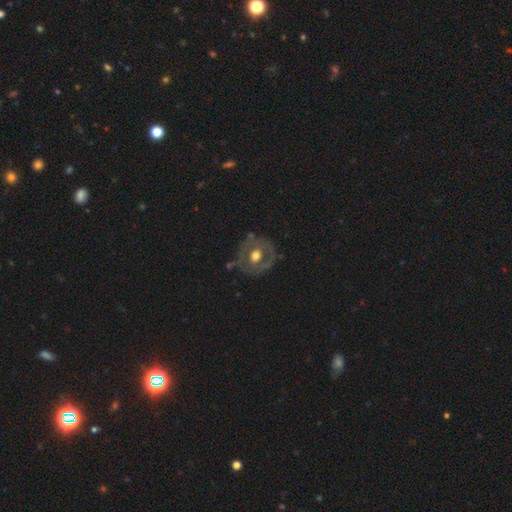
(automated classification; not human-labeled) Morphology: type=featured or disk (53%); edge-on=no (95%); bar=no (83%); spiral arms=no (84%); bulge=moderate (65%); merging=none (72%).